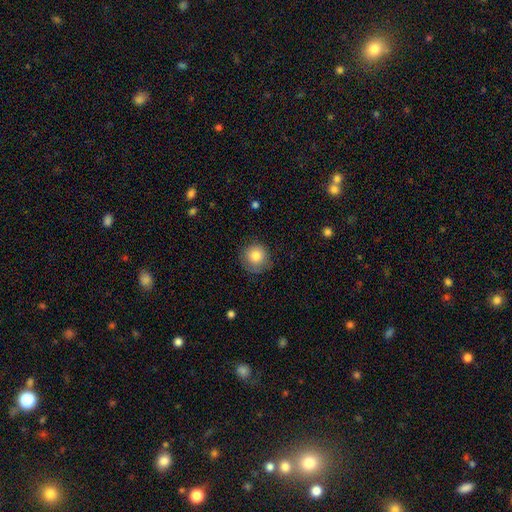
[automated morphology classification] Q: Smooth or featured?
A: smooth (83%); runner-up: star or artifact (9%)
Q: How rounded?
A: round (93%); runner-up: in between (6%)
Q: Merging?
A: none (80%); runner-up: minor disturbance (15%)